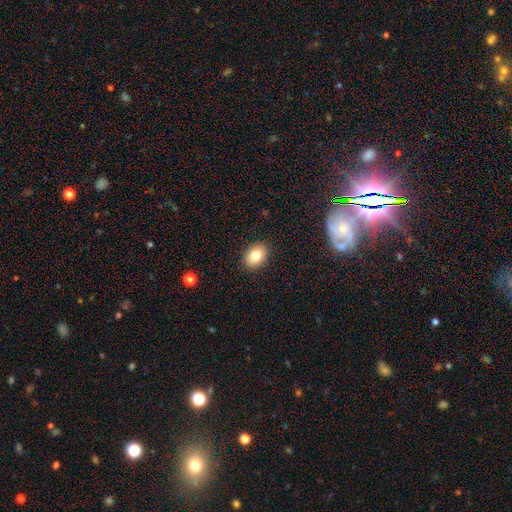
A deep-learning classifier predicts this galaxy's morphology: smooth-or-featured: smooth: 81% | featured or disk: 10% | star or artifact: 9%
  how-rounded: in between: 71% | round: 28% | cigar-shaped: 1%
  merging: none: 89% | minor disturbance: 8% | major disturbance: 2% | merger: 1%